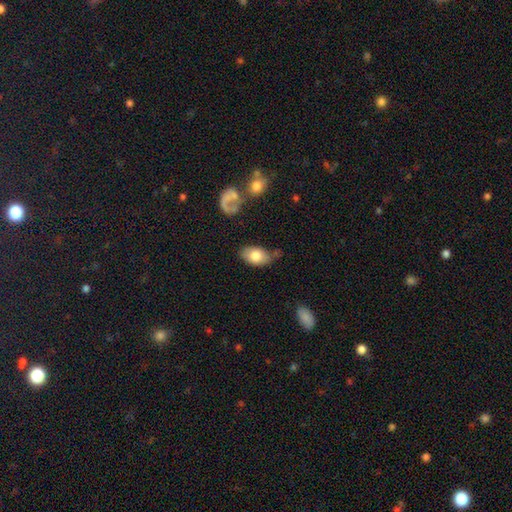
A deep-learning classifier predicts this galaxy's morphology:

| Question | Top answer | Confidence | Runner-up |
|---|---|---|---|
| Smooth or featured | smooth | 77% | featured or disk (16%) |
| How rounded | in between | 90% | round (8%) |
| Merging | none | 62% | minor disturbance (24%) |